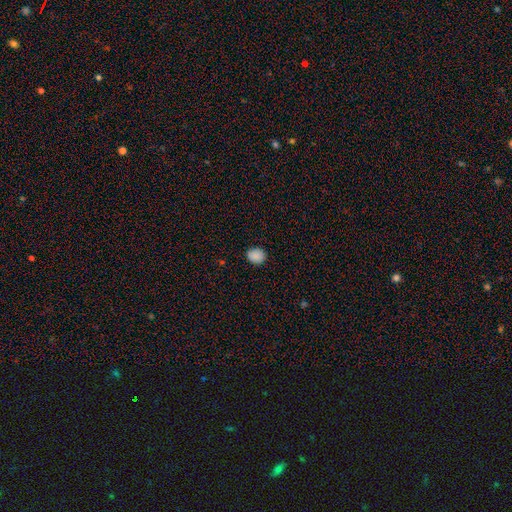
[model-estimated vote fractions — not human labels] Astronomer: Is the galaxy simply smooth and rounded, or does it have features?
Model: smooth — 88%.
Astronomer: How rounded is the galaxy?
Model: round — 65%.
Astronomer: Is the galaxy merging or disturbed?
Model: none — 87%.